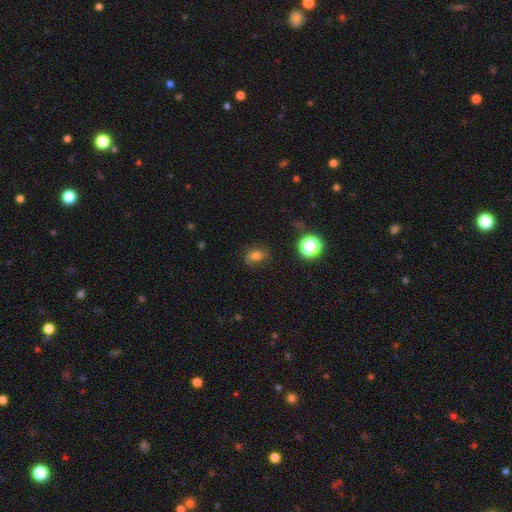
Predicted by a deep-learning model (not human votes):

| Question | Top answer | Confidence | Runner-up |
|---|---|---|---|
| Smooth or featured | smooth | 71% | star or artifact (18%) |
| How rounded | in between | 58% | round (41%) |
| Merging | none | 72% | minor disturbance (20%) |